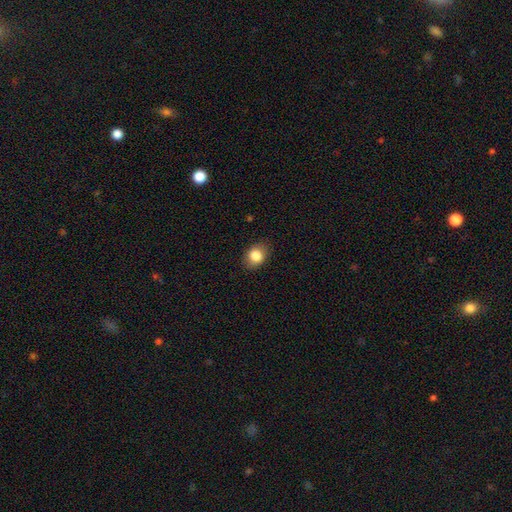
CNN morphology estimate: Smooth or featured: smooth — 84% (star or artifact — 9%)
How rounded: in between — 58% (round — 41%)
Merging: none — 85% (minor disturbance — 11%)